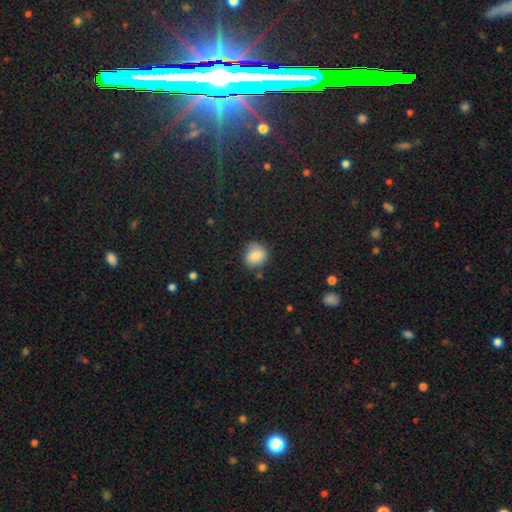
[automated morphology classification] A smooth galaxy with no disk features (81%) that is round (81%). Merging: none (75%).